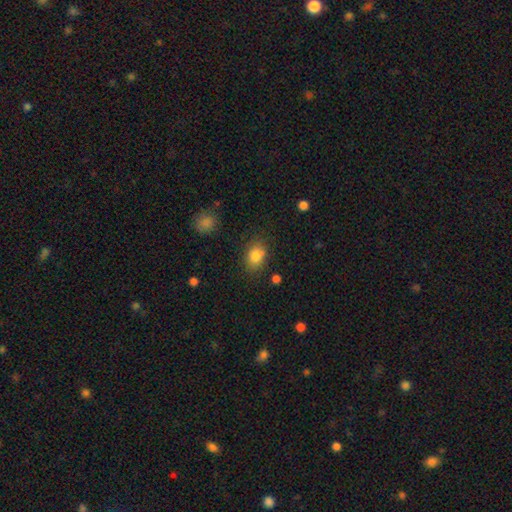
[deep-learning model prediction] smooth-or-featured: smooth: 83% | star or artifact: 10% | featured or disk: 7%
  how-rounded: in between: 64% | round: 35% | cigar-shaped: 1%
  merging: none: 77% | minor disturbance: 15% | major disturbance: 4% | merger: 4%